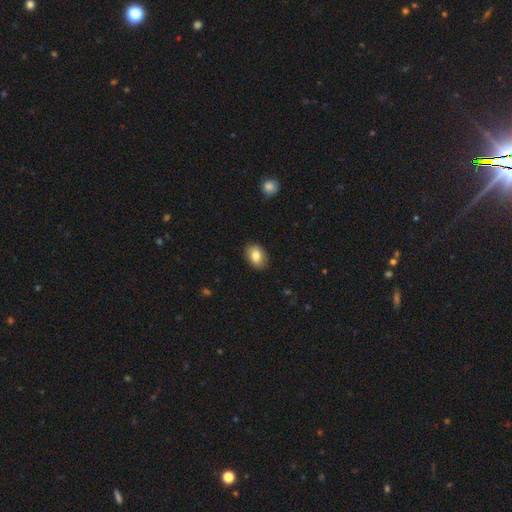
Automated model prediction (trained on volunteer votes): This is clearly a smooth galaxy (81%). How rounded: clearly in between (81%). Merging: clearly none (86%).